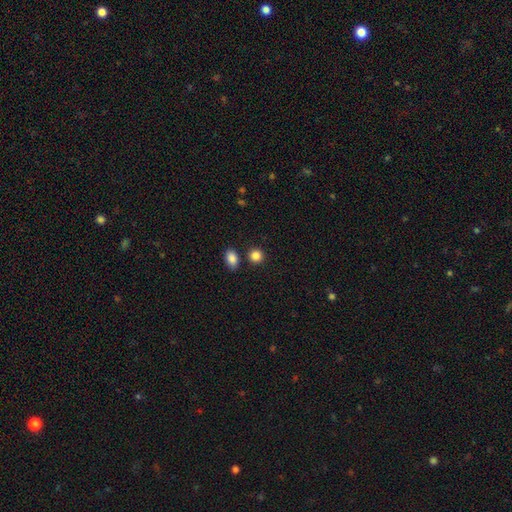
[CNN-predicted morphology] This appears to be a smooth galaxy with no disk features (86%) that is round (82%). Merging: none (80%).